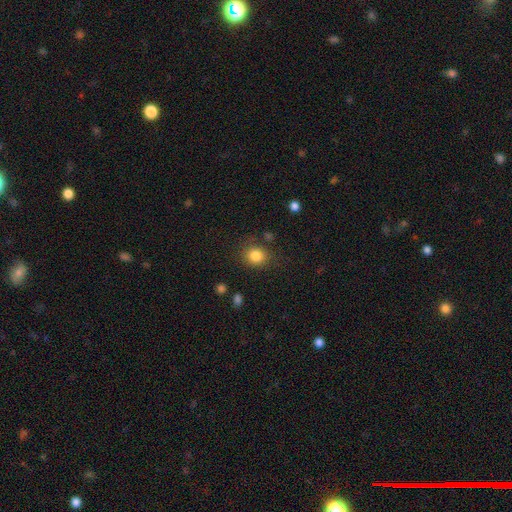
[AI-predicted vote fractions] smooth 83%, star or artifact 11%, featured or disk 6%. Down the decision tree: how rounded — round (74%); merging — none (81%).